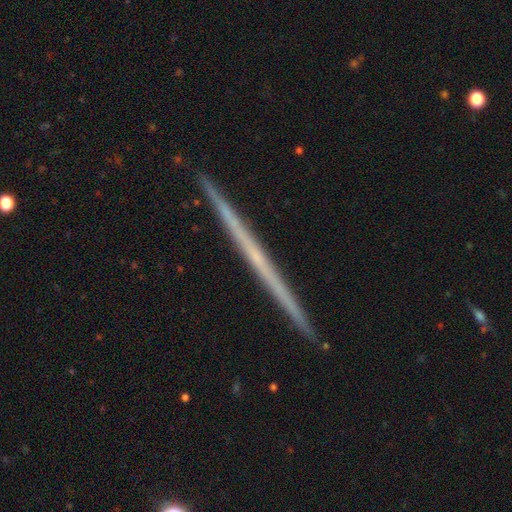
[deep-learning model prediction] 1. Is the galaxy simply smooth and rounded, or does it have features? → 70% featured or disk, 24% smooth, 7% star or artifact.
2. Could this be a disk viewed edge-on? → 98% yes, 2% no.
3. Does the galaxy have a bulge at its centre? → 88% none, 9% rounded, 3% boxy.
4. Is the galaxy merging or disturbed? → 92% none, 5% minor disturbance, 1% major disturbance, 1% merger.